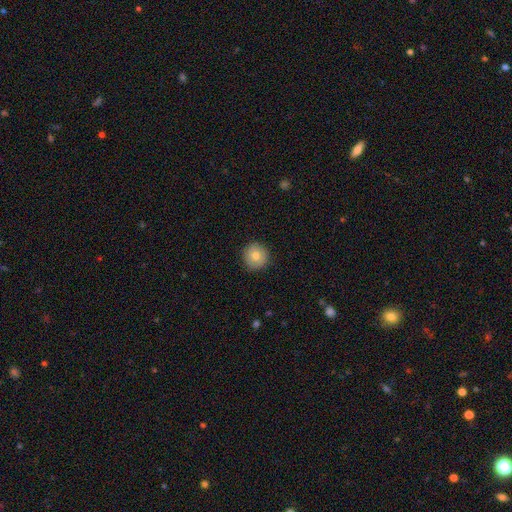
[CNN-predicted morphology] The model was most divided on "smooth or featured": smooth: 76%, featured or disk: 15%, star or artifact: 9%. More confident: how rounded — round (94%); merging — none (90%).